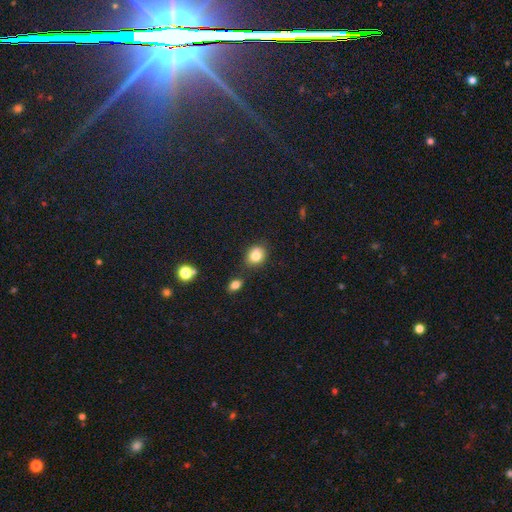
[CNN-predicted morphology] This is clearly a smooth galaxy (81%). How rounded: possibly round (55%). Merging: likely none (67%).